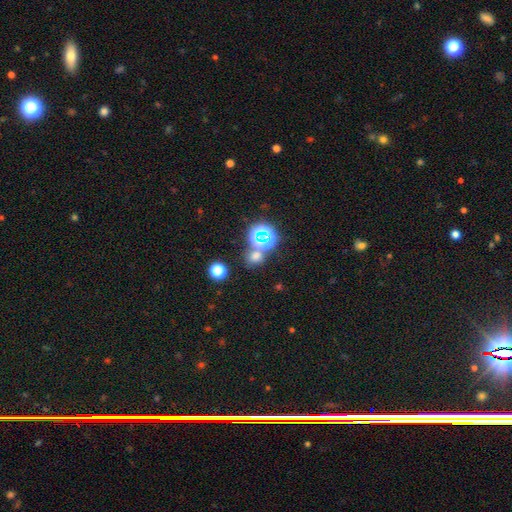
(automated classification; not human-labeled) A smooth galaxy with no disk features (55%) that is round (76%).

Vote fractions:
- Smooth or featured? smooth: 55% / star or artifact: 38% / featured or disk: 7%
- How rounded? round: 76% / in between: 23% / cigar-shaped: 1%
- Merging? none: 69% / merger: 18% / minor disturbance: 8% / major disturbance: 4%